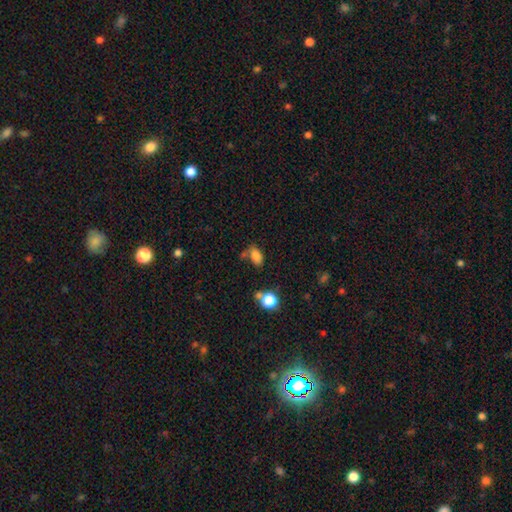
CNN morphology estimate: Smooth or featured?
  - smooth: 81% *
  - star or artifact: 12%
  - featured or disk: 7%
How rounded?
  - in between: 87% *
  - round: 10%
  - cigar-shaped: 2%
Merging?
  - none: 55% *
  - minor disturbance: 20%
  - merger: 17%
  - major disturbance: 8%